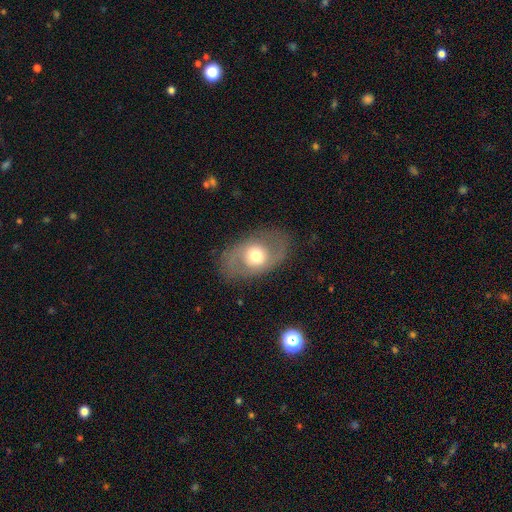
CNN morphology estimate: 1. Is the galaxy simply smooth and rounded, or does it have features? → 56% featured or disk, 37% smooth, 7% star or artifact.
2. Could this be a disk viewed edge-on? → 92% no, 8% yes.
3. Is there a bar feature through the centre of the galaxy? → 68% no, 24% weak, 8% strong.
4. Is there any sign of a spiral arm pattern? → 52% yes, 48% no.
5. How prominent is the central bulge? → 65% moderate, 22% large, 10% small, 2% dominant, 1% none.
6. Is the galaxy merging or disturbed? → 80% none, 12% minor disturbance, 6% major disturbance, 1% merger.